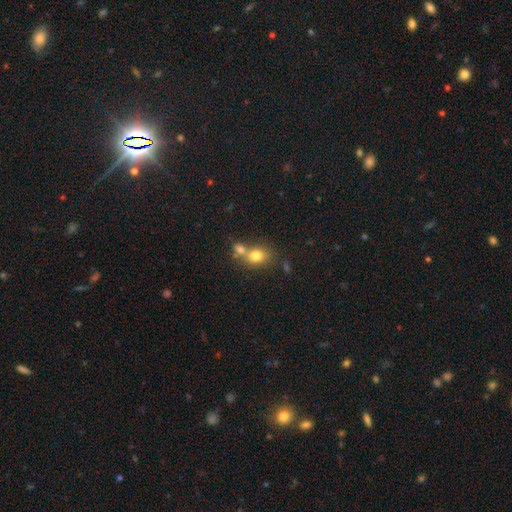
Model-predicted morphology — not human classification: This appears to be a smooth galaxy with no disk features (78%) that is in between round and cigar-shaped (54%). Merging: merger (47%).